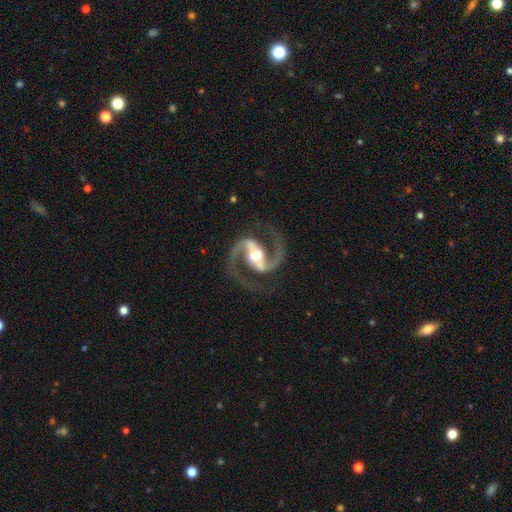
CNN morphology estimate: Q: Smooth or featured?
A: featured or disk (94%); runner-up: star or artifact (4%)
Q: Edge-on disk?
A: no (98%); runner-up: yes (2%)
Q: Bar?
A: strong (58%); runner-up: weak (29%)
Q: Spiral arms?
A: yes (99%); runner-up: no (1%)
Q: Spiral winding?
A: medium (71%); runner-up: loose (16%)
Q: Spiral arm count?
A: 2 (95%); runner-up: can't tell (1%)
Q: Bulge size?
A: moderate (63%); runner-up: large (19%)
Q: Merging?
A: none (83%); runner-up: minor disturbance (10%)